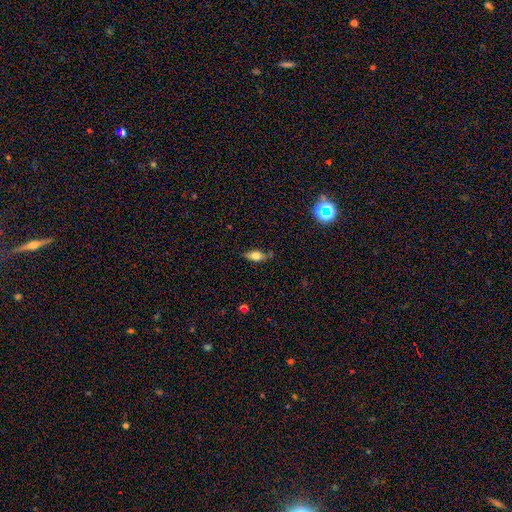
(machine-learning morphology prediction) The model was most divided on "smooth or featured": smooth: 64%, featured or disk: 27%, star or artifact: 10%. More confident: how rounded — in between (76%); merging — none (75%).